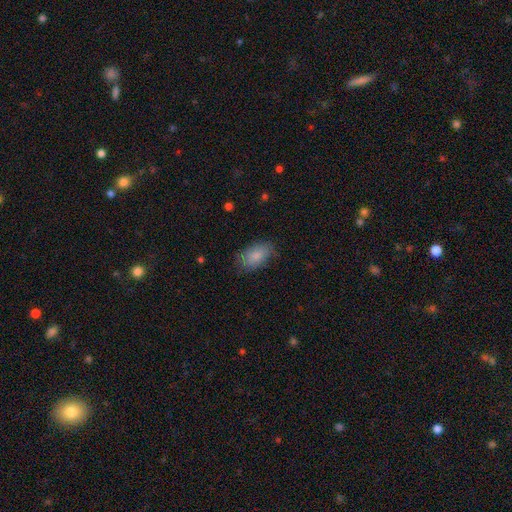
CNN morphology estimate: A smooth galaxy with no disk features (84%) that is in between round and cigar-shaped (92%). Merging: none (76%).